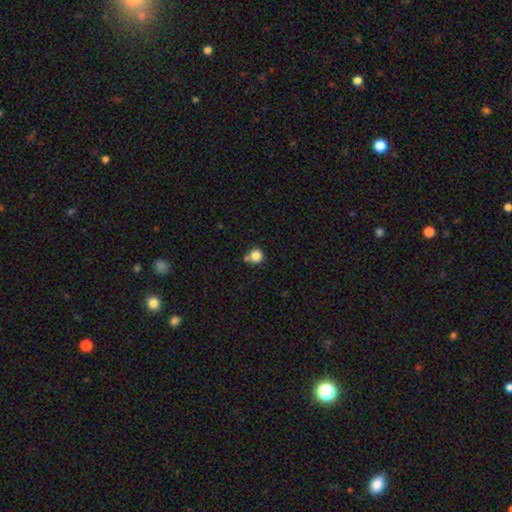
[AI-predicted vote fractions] This is clearly a smooth galaxy (84%). How rounded: clearly round (91%). Merging: likely none (62%).